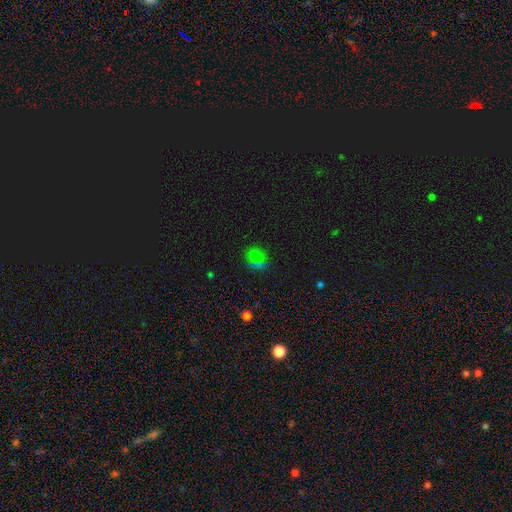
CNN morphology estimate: The model was most divided on "smooth or featured": smooth: 58%, star or artifact: 33%, featured or disk: 9%. More confident: merging — none (76%); how rounded — round (74%).